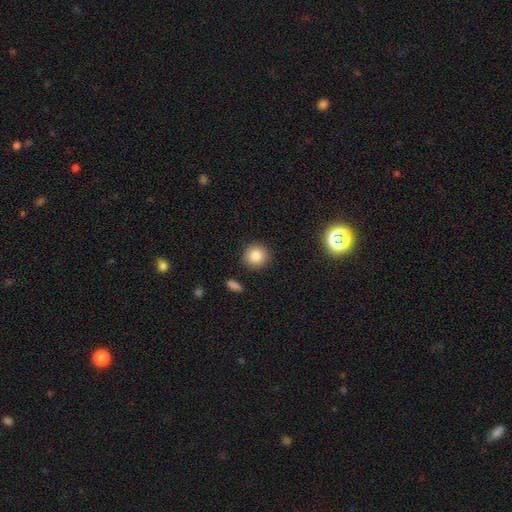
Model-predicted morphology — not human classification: Q: Smooth or featured?
A: smooth (84%); runner-up: star or artifact (9%)
Q: How rounded?
A: round (92%); runner-up: in between (7%)
Q: Merging?
A: none (90%); runner-up: minor disturbance (6%)